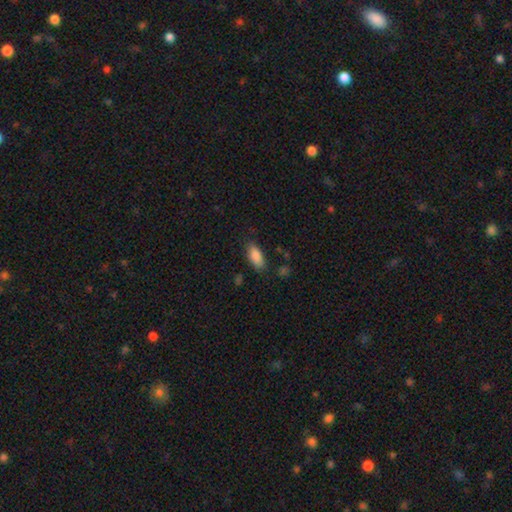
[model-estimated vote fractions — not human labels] smooth-or-featured: smooth: 87% | star or artifact: 7% | featured or disk: 6%
  how-rounded: in between: 85% | cigar-shaped: 13% | round: 2%
  merging: none: 79% | minor disturbance: 15% | major disturbance: 4% | merger: 2%